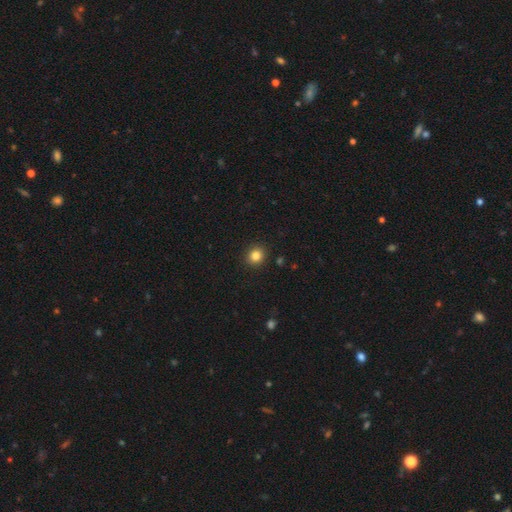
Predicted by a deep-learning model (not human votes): This is clearly a smooth galaxy (83%). How rounded: clearly round (87%). Merging: clearly none (92%).